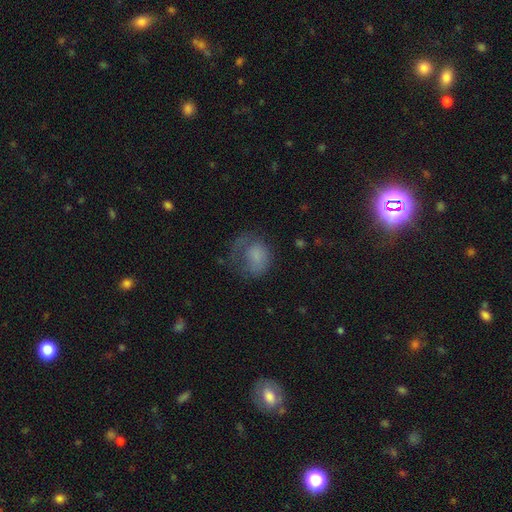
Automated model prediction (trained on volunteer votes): Overall: smooth (60%; featured or disk 29%). How rounded: round (55%; in between 43%). Merging: major disturbance (43%; none 33%).